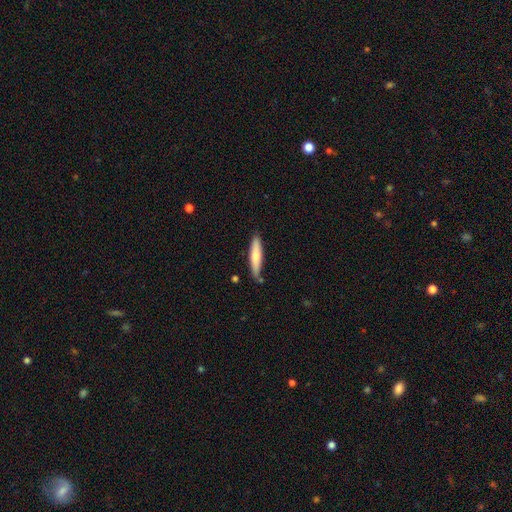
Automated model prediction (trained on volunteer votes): A smooth galaxy with no disk features (71%) that is cigar-shaped (85%). Merging: none (79%).